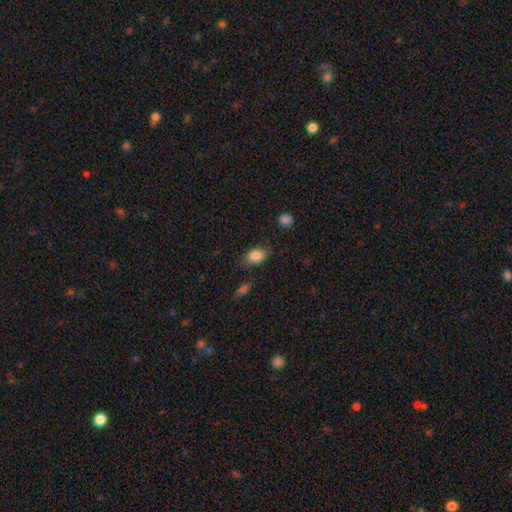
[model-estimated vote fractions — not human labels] Q: Smooth or featured?
A: smooth (85%); runner-up: star or artifact (9%)
Q: How rounded?
A: in between (78%); runner-up: round (21%)
Q: Merging?
A: none (73%); runner-up: minor disturbance (19%)